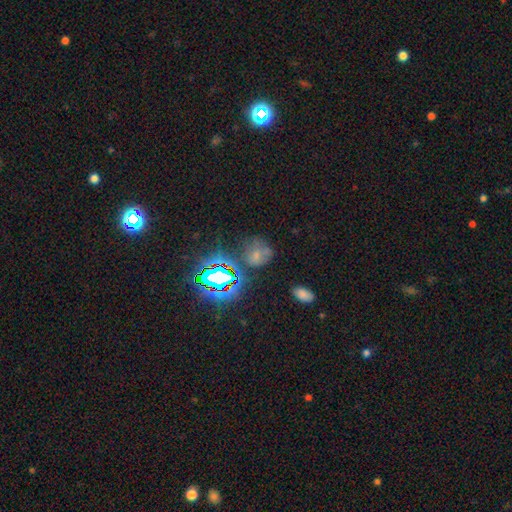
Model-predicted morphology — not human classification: Smooth or featured?
  - smooth: 44% *
  - star or artifact: 41%
  - featured or disk: 15%
Merging?
  - none: 55% *
  - minor disturbance: 22%
  - major disturbance: 15%
  - merger: 9%